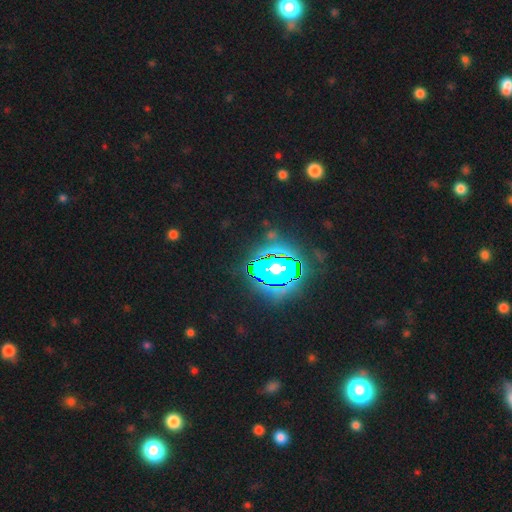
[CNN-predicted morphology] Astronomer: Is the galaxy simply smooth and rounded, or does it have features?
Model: star or artifact — 84%.